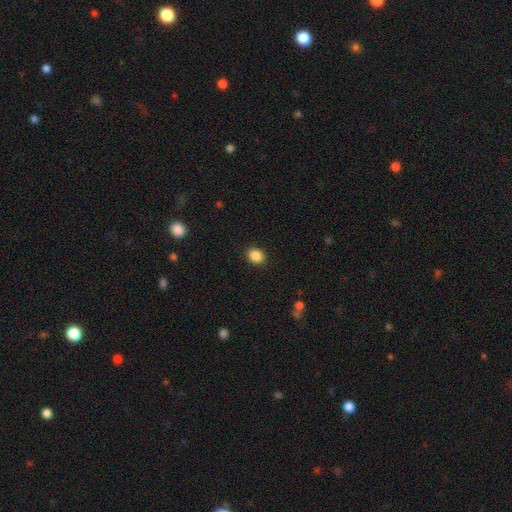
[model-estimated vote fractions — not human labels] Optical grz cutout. It shows a smooth galaxy with no disk features (88%) that is round (58%). Merging: none (90%).